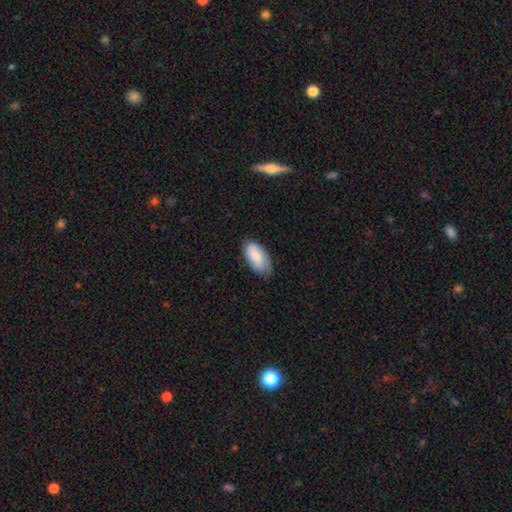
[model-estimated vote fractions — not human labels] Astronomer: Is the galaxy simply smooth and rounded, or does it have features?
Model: smooth — 81%.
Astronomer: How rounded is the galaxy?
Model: in between — 94%.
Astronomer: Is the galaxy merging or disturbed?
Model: none — 68%.